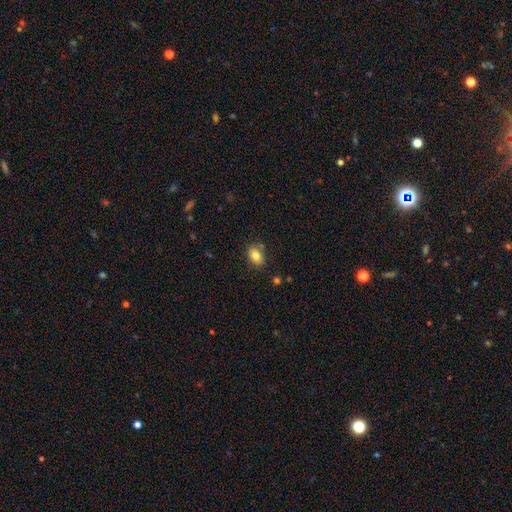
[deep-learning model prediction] Overall: smooth (83%). How rounded: in between (77%). Merging: none (82%).